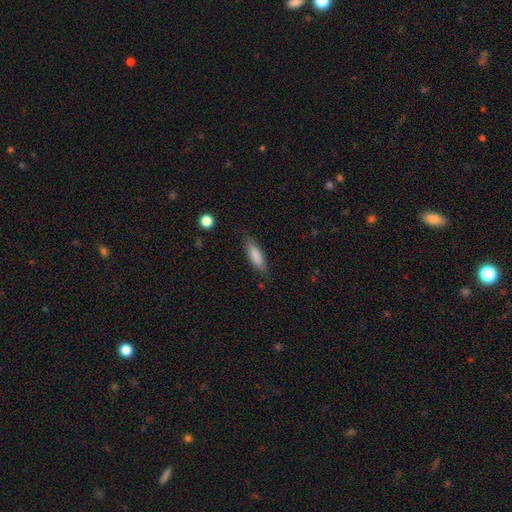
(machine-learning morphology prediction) Smooth or featured?
  - smooth: 85% *
  - featured or disk: 9%
  - star or artifact: 6%
How rounded?
  - cigar-shaped: 51% *
  - in between: 48%
  - round: 2%
Merging?
  - none: 81% *
  - minor disturbance: 14%
  - major disturbance: 3%
  - merger: 1%